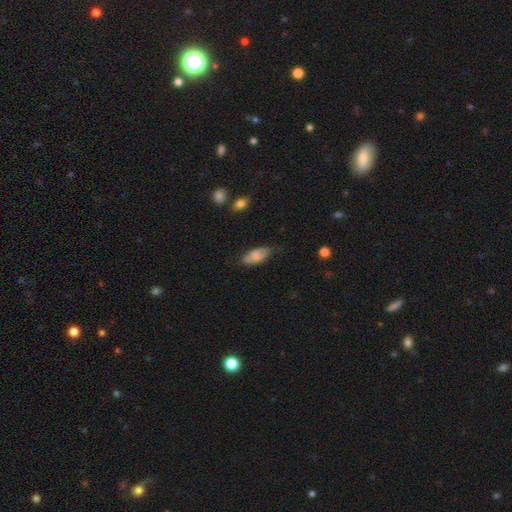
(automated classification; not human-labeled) The model was most divided on "merging": none: 63%, minor disturbance: 29%, major disturbance: 7%, merger: 2%. More confident: how rounded — in between (88%); smooth or featured — smooth (75%).